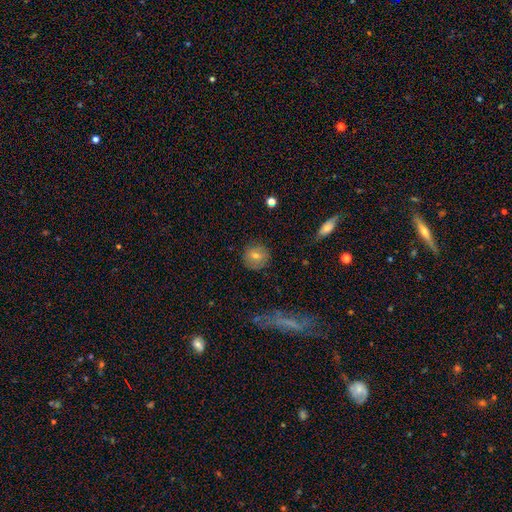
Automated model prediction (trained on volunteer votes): smooth_or_featured: smooth (p=0.64) [alt: featured or disk p=0.23]
how_rounded: round (p=0.87) [alt: in between p=0.11]
merging: none (p=0.85) [alt: minor disturbance p=0.10]